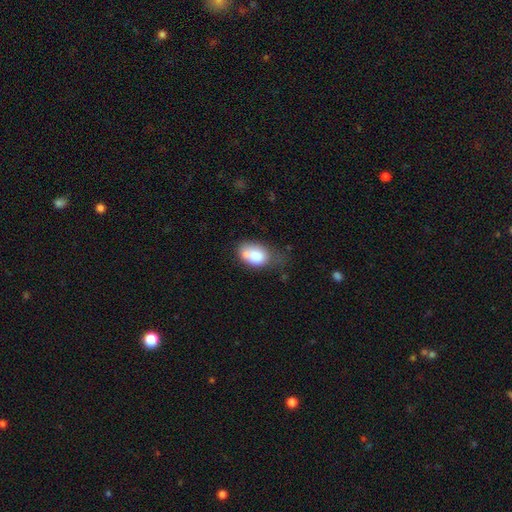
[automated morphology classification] A smooth galaxy with no disk features (75%) that is in between round and cigar-shaped (76%). Merging: merger (34%).